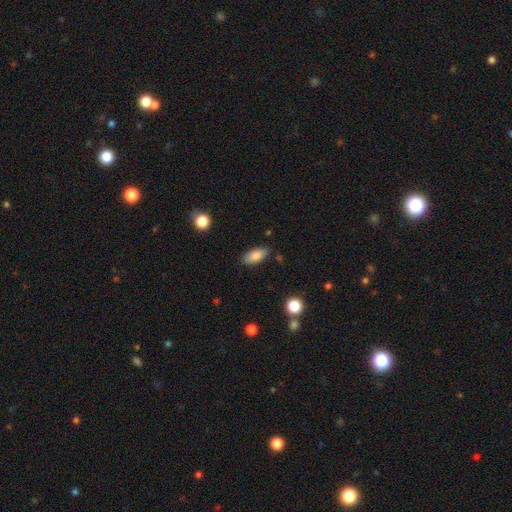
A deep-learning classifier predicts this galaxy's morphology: smooth_or_featured: smooth (p=0.83) [alt: featured or disk p=0.10]
how_rounded: in between (p=0.88) [alt: cigar-shaped p=0.09]
merging: none (p=0.82) [alt: minor disturbance p=0.13]